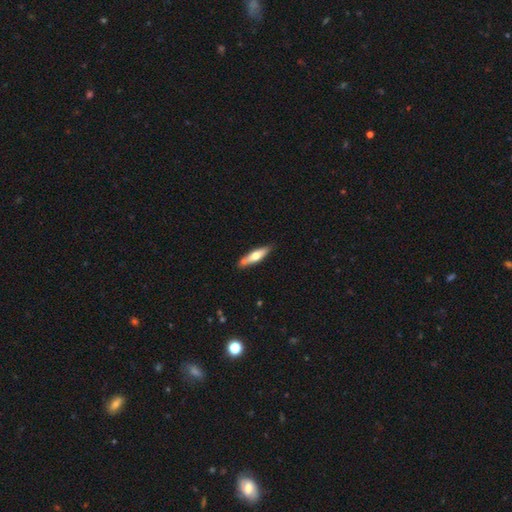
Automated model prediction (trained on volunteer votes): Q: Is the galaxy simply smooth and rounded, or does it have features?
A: smooth — 52%.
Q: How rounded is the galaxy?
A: cigar-shaped — 73%.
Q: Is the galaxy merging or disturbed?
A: none — 78%.